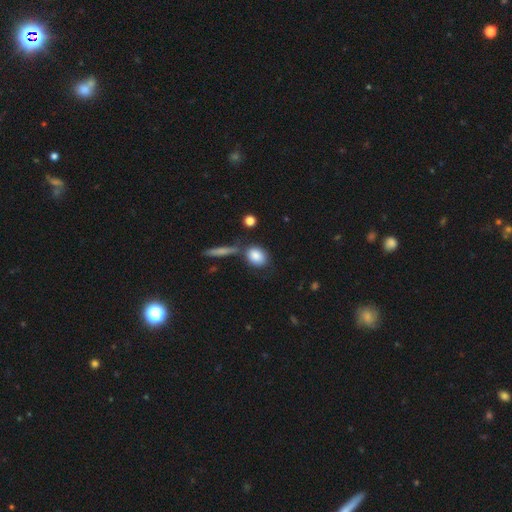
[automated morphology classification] Q: Smooth or featured?
A: smooth (84%); runner-up: featured or disk (8%)
Q: How rounded?
A: in between (60%); runner-up: round (35%)
Q: Merging?
A: none (66%); runner-up: merger (15%)